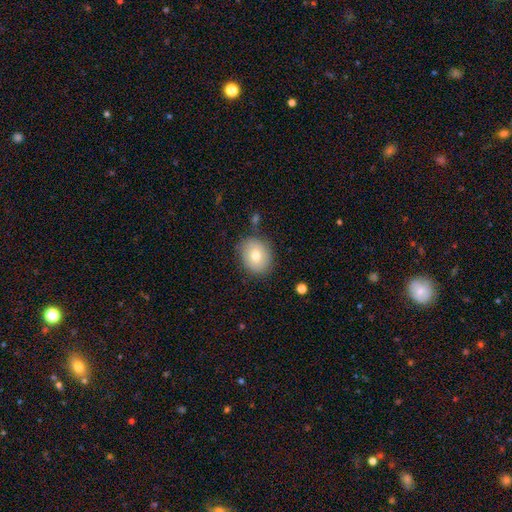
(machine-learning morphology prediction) A smooth galaxy with no disk features (74%) that is round (55%).

Vote fractions:
- Smooth or featured? smooth: 74% / featured or disk: 17% / star or artifact: 9%
- How rounded? round: 55% / in between: 44% / cigar-shaped: 1%
- Merging? none: 80% / minor disturbance: 14% / major disturbance: 4% / merger: 3%